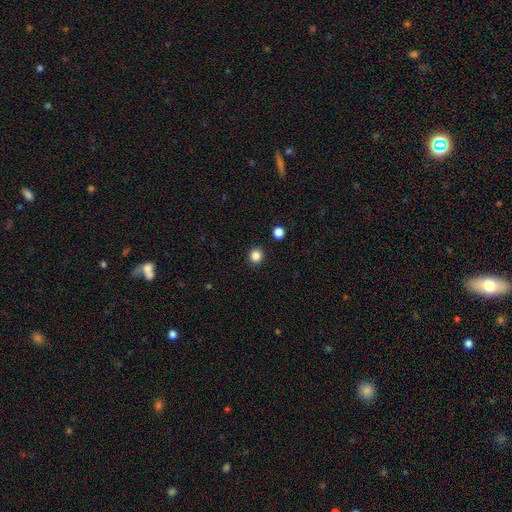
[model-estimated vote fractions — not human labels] Q: Smooth or featured?
A: smooth (85%); runner-up: star or artifact (11%)
Q: How rounded?
A: round (87%); runner-up: in between (12%)
Q: Merging?
A: none (92%); runner-up: minor disturbance (5%)